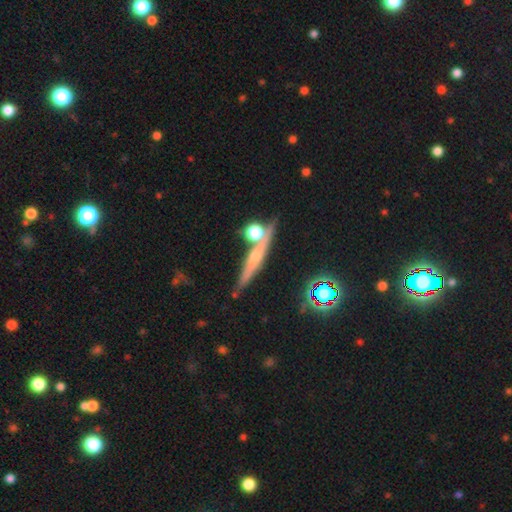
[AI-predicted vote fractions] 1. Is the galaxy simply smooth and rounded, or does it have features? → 48% featured or disk, 29% smooth, 23% star or artifact.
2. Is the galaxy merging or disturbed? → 63% none, 19% merger, 12% minor disturbance, 6% major disturbance.